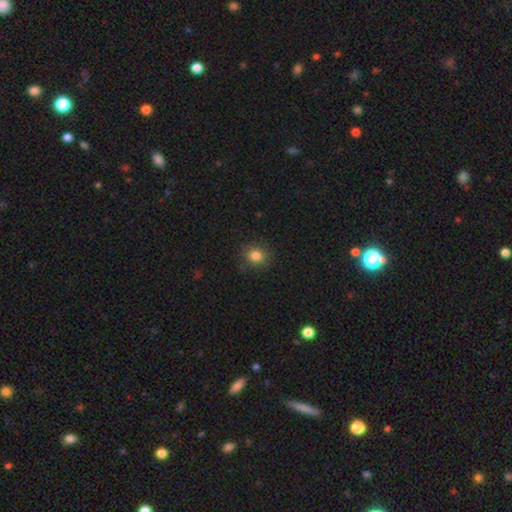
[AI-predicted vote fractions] Smooth or featured? Predicted: smooth (p=0.82). How rounded? Predicted: round (p=0.81). Merging? Predicted: none (p=0.87).